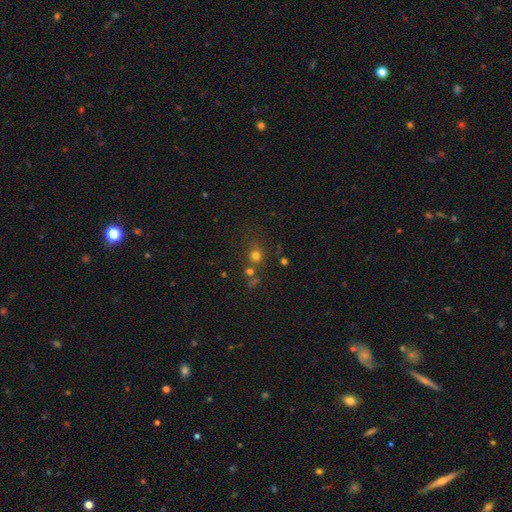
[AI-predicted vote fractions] smooth_or_featured: smooth (p=0.67) [alt: star or artifact p=0.23]
how_rounded: round (p=0.86) [alt: in between p=0.13]
merging: none (p=0.64) [alt: merger p=0.19]